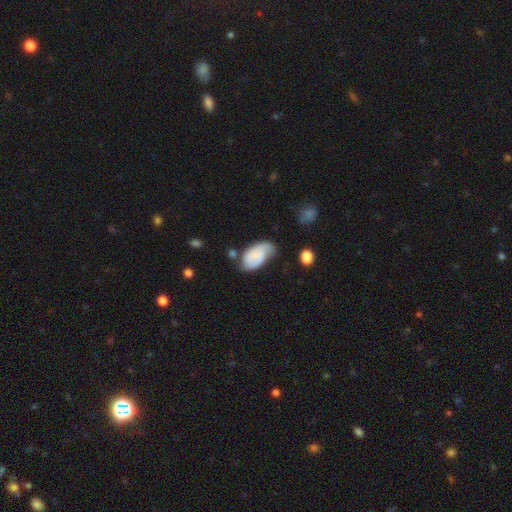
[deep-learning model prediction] A smooth galaxy with no disk features (62%) that is in between round and cigar-shaped (94%).

Vote fractions:
- Smooth or featured? smooth: 62% / featured or disk: 31% / star or artifact: 8%
- How rounded? in between: 94% / round: 5% / cigar-shaped: 2%
- Merging? none: 40% / minor disturbance: 36% / major disturbance: 17% / merger: 7%